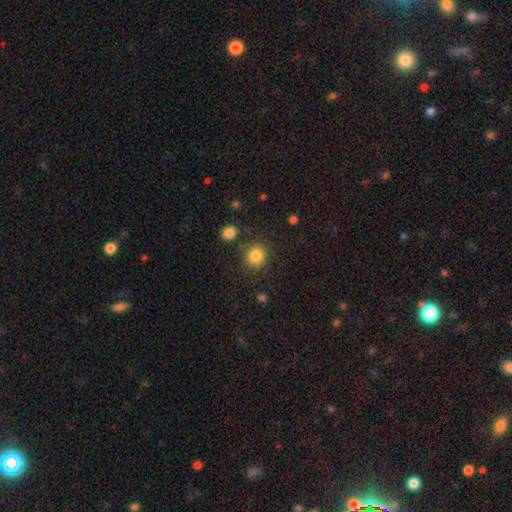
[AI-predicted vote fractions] Smooth or featured: smooth — 85% (star or artifact — 10%)
How rounded: round — 88% (in between — 11%)
Merging: none — 85% (minor disturbance — 8%)